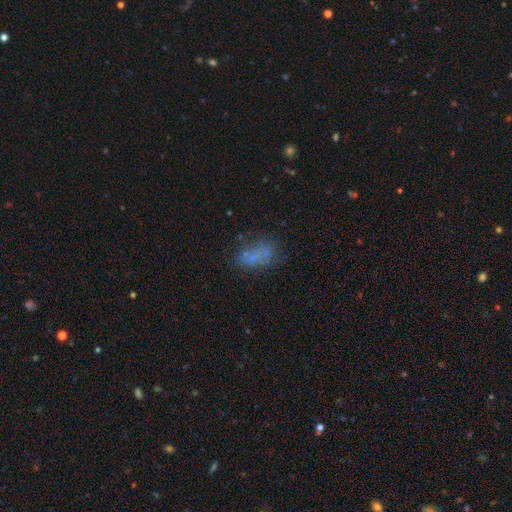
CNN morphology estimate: A smooth galaxy with no disk features (56%) that is in between round and cigar-shaped (84%). Merging: none (55%).